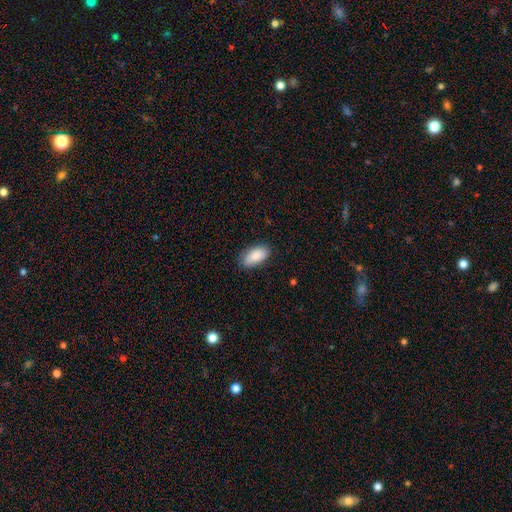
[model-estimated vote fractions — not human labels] Smooth or featured? smooth (85%)
How rounded? in between (93%)
Merging? none (84%)